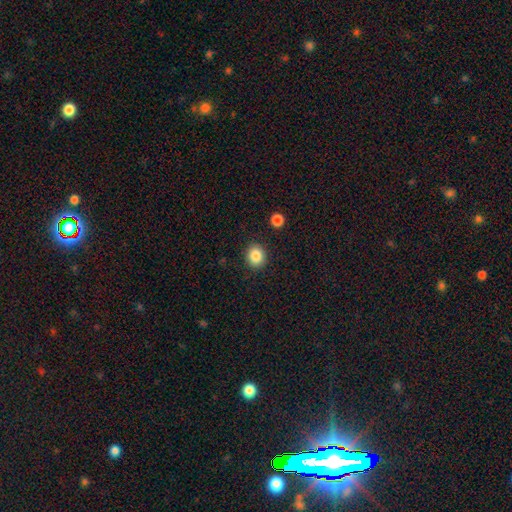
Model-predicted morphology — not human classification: This appears to be a smooth galaxy with no disk features (86%) that is round (70%). Merging: none (89%).